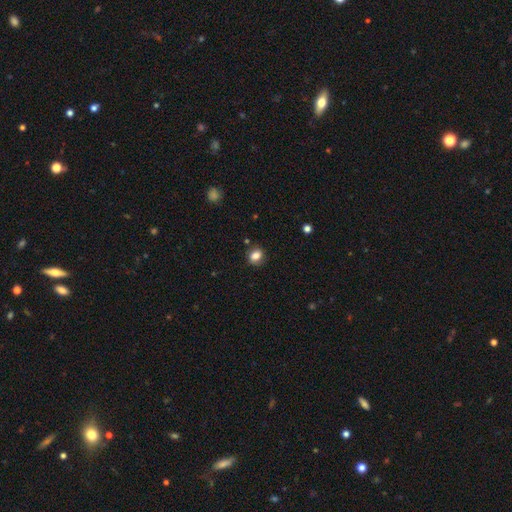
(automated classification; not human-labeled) Smooth or featured?
  - smooth: 82% *
  - star or artifact: 10%
  - featured or disk: 8%
How rounded?
  - round: 63% *
  - in between: 36%
  - cigar-shaped: 1%
Merging?
  - none: 84% *
  - minor disturbance: 11%
  - major disturbance: 3%
  - merger: 2%